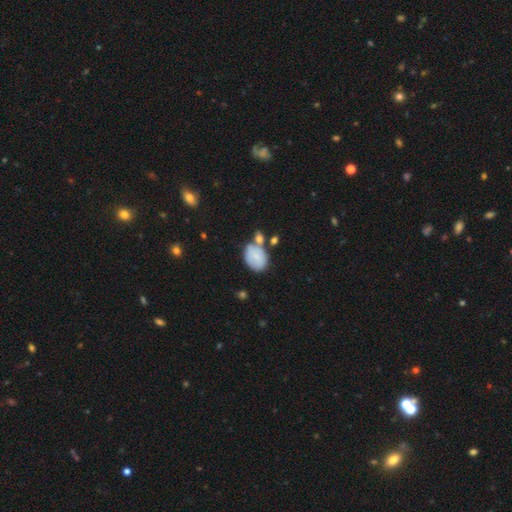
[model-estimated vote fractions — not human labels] Smooth or featured? Predicted: smooth (p=0.76). How rounded? Predicted: in between (p=0.72). Merging? Predicted: none (p=0.46).